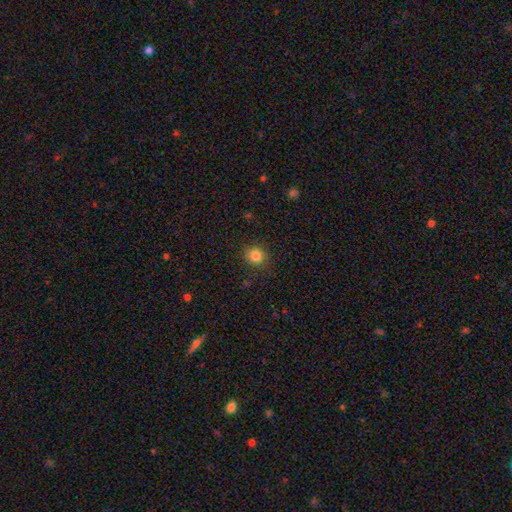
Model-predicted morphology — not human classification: This appears to be a smooth galaxy with no disk features (84%) that is round (85%). Merging: none (88%).